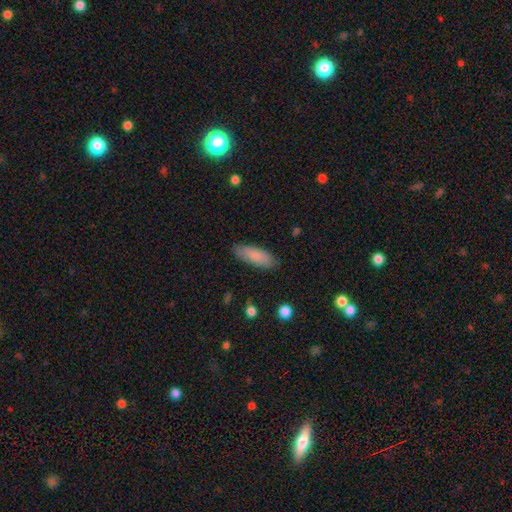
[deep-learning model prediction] smooth-or-featured: smooth: 83% | featured or disk: 11% | star or artifact: 6%
  how-rounded: in between: 66% | cigar-shaped: 32% | round: 2%
  merging: none: 85% | minor disturbance: 11% | major disturbance: 2% | merger: 1%